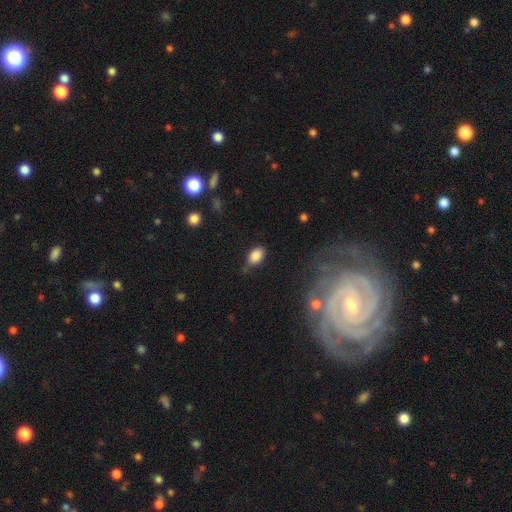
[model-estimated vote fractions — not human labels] Overall: smooth (86%). How rounded: in between (86%). Merging: none (69%).